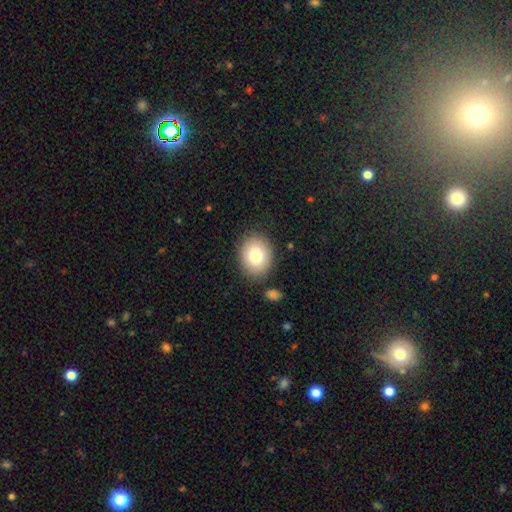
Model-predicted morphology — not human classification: Smooth or featured?
  - smooth: 78% *
  - featured or disk: 12%
  - star or artifact: 9%
How rounded?
  - round: 55% *
  - in between: 44%
  - cigar-shaped: 1%
Merging?
  - none: 85% *
  - minor disturbance: 9%
  - merger: 3%
  - major disturbance: 3%